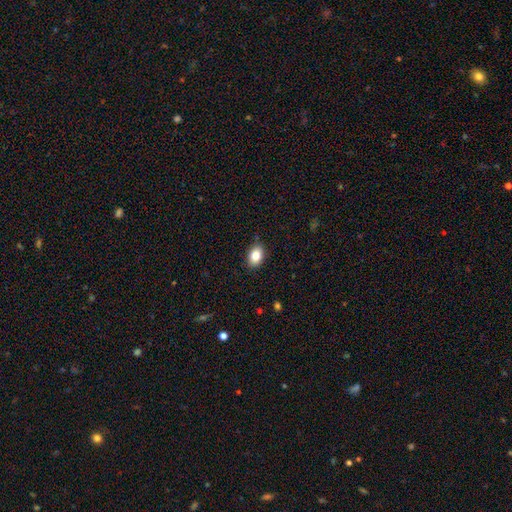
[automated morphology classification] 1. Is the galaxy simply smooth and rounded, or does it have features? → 85% smooth, 8% star or artifact, 7% featured or disk.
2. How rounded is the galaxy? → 82% in between, 17% round, 1% cigar-shaped.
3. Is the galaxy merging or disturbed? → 85% none, 12% minor disturbance, 2% major disturbance, 1% merger.